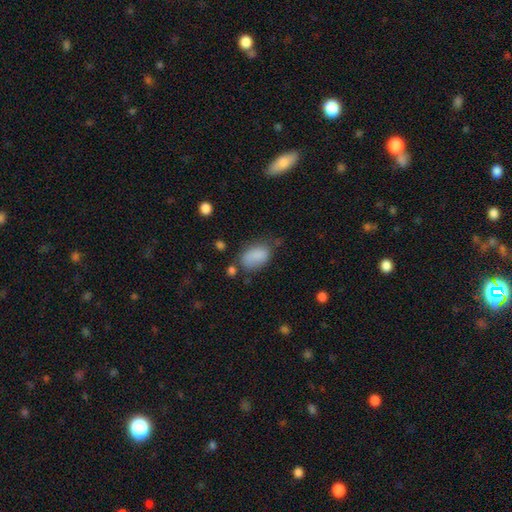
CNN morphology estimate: smooth-or-featured: smooth: 84% | star or artifact: 9% | featured or disk: 7%
  how-rounded: in between: 90% | round: 8% | cigar-shaped: 2%
  merging: none: 58% | minor disturbance: 27% | major disturbance: 10% | merger: 6%